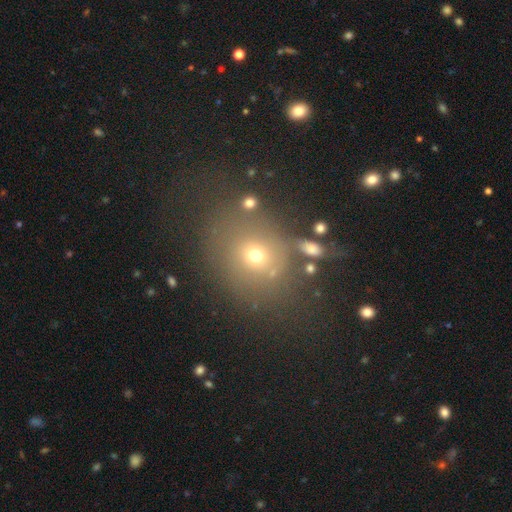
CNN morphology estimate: Overall: smooth (65%). How rounded: round (65%; in between 34%). Merging: none (65%).